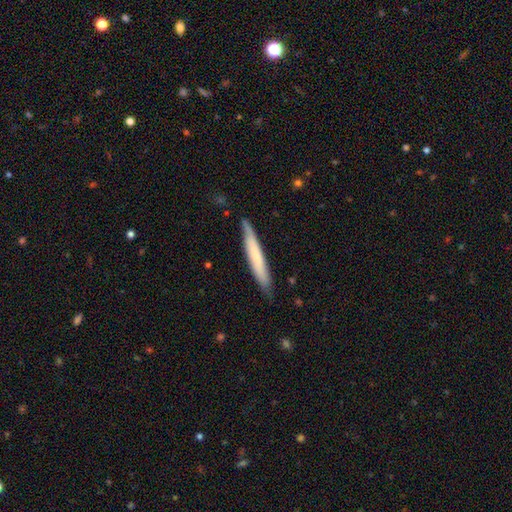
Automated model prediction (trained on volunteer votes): This is likely a smooth galaxy (64%). How rounded: clearly cigar-shaped (95%). Merging: clearly none (83%).